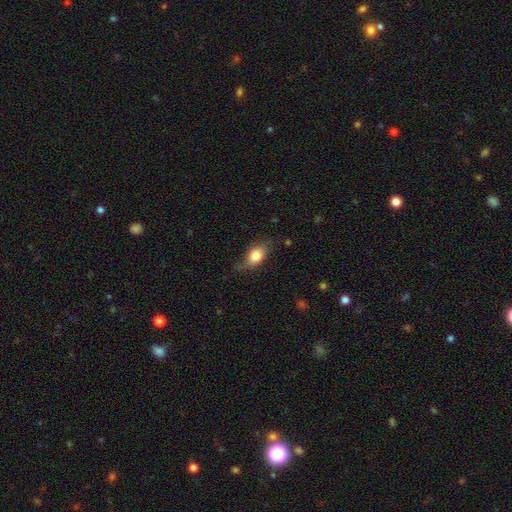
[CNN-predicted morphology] Q: Smooth or featured?
A: smooth (79%); runner-up: featured or disk (13%)
Q: How rounded?
A: in between (73%); runner-up: round (23%)
Q: Merging?
A: none (59%); runner-up: minor disturbance (30%)